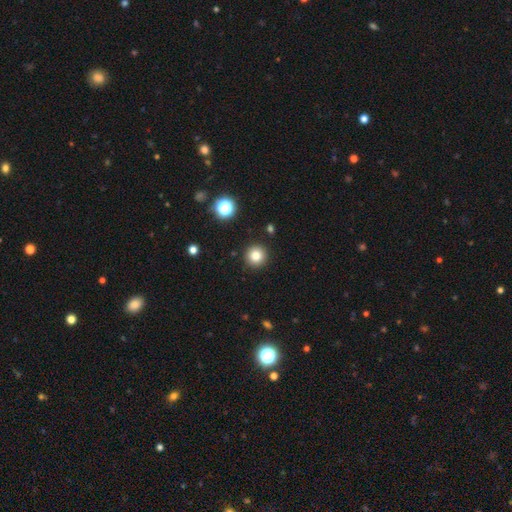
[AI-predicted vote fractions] This appears to be a smooth galaxy with no disk features (82%) that is round (95%). Merging: none (91%).